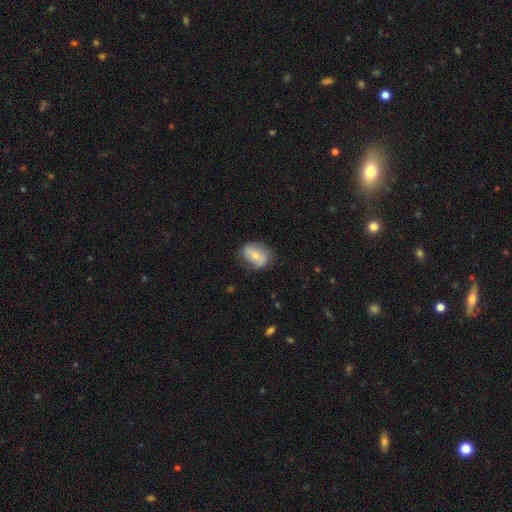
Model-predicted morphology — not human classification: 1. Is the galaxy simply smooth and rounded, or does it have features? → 53% smooth, 40% featured or disk, 7% star or artifact.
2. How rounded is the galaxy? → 66% in between, 32% round, 1% cigar-shaped.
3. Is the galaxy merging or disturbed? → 65% none, 25% minor disturbance, 8% major disturbance, 1% merger.